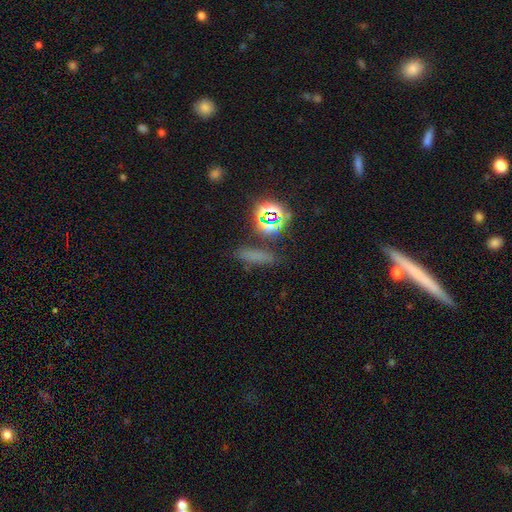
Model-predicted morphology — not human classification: type=smooth (56%); roundness=cigar-shaped (69%); merging=none (80%).